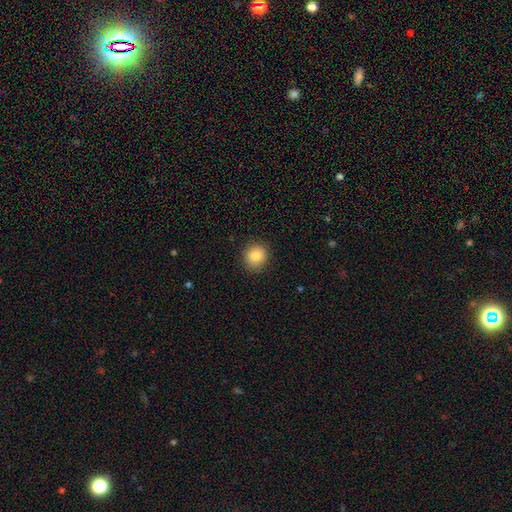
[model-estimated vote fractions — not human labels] Smooth or featured? smooth (83%)
How rounded? round (83%)
Merging? none (88%)